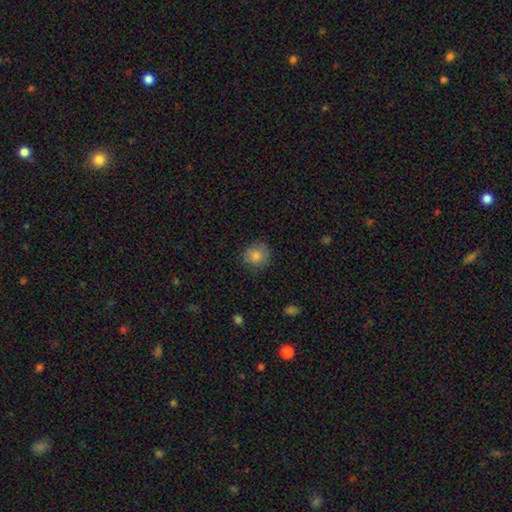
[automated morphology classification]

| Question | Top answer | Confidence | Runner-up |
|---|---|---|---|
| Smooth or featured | smooth | 82% | star or artifact (9%) |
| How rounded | round | 85% | in between (14%) |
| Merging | none | 77% | minor disturbance (18%) |